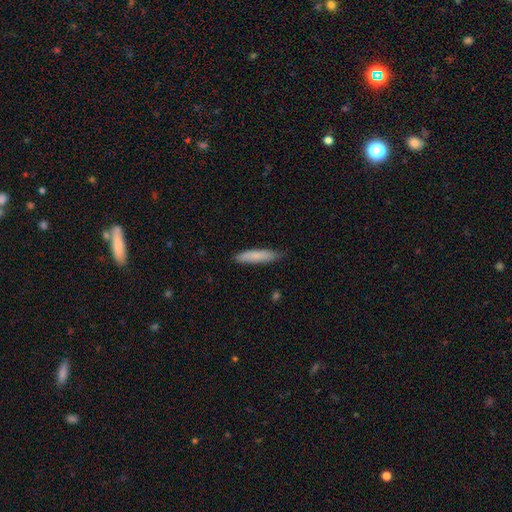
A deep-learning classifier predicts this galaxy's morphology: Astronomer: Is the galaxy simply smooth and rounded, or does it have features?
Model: smooth — 82%.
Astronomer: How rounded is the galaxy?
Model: cigar-shaped — 85%.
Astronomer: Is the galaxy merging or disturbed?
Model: none — 82%.